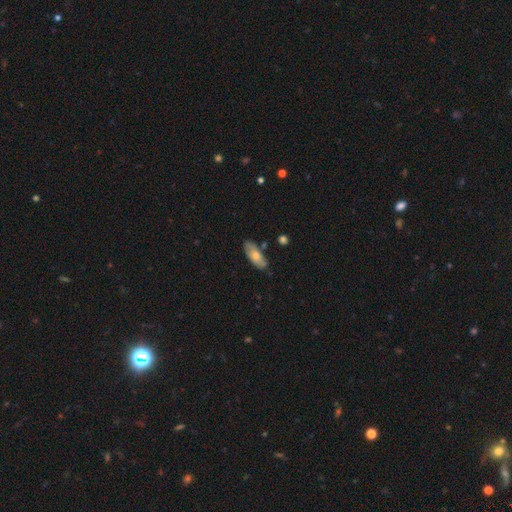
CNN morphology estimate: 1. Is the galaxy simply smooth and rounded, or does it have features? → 67% smooth, 27% featured or disk, 6% star or artifact.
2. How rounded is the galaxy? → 77% in between, 21% cigar-shaped, 2% round.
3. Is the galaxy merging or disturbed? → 78% none, 15% minor disturbance, 4% merger, 3% major disturbance.